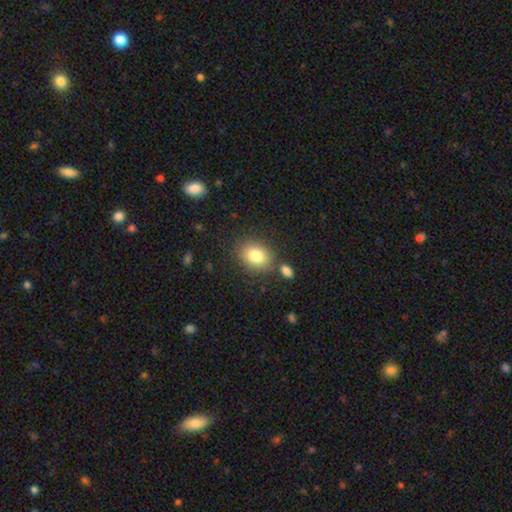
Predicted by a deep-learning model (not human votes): Smooth or featured? Predicted: smooth (p=0.82). How rounded? Predicted: in between (p=0.62). Merging? Predicted: none (p=0.76).